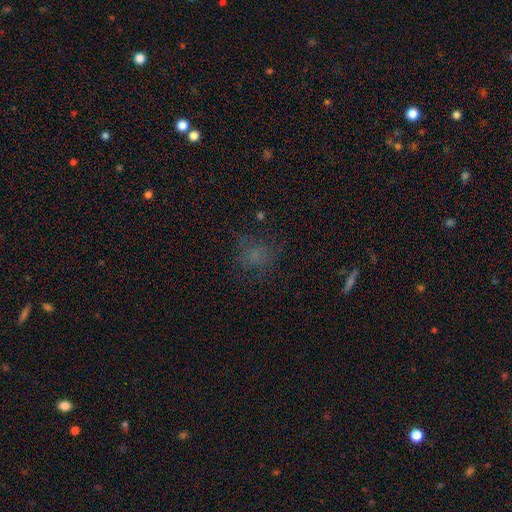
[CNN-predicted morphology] This is possibly a smooth galaxy (59%). How rounded: likely round (77%). Merging: likely none (66%).